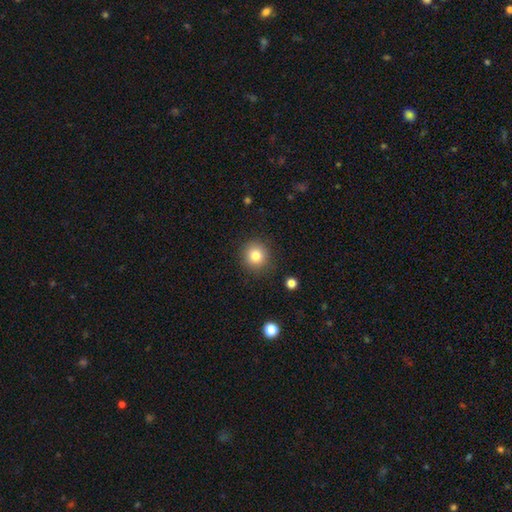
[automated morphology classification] This appears to be a smooth galaxy with no disk features (81%) that is round (91%). Merging: none (88%).